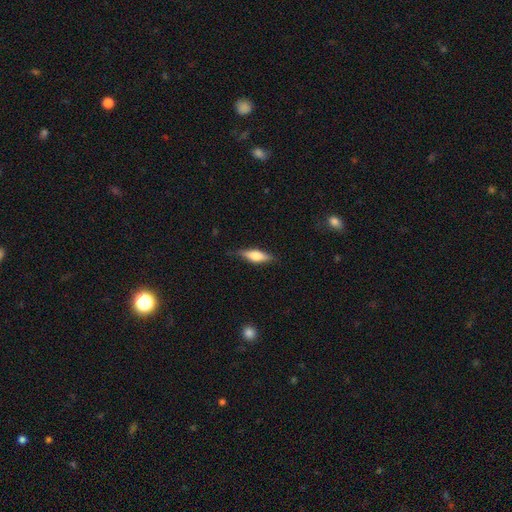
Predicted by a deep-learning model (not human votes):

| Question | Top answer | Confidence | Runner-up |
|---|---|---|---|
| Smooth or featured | smooth | 60% | featured or disk (34%) |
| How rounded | in between | 50% | cigar-shaped (47%) |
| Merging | none | 80% | minor disturbance (15%) |